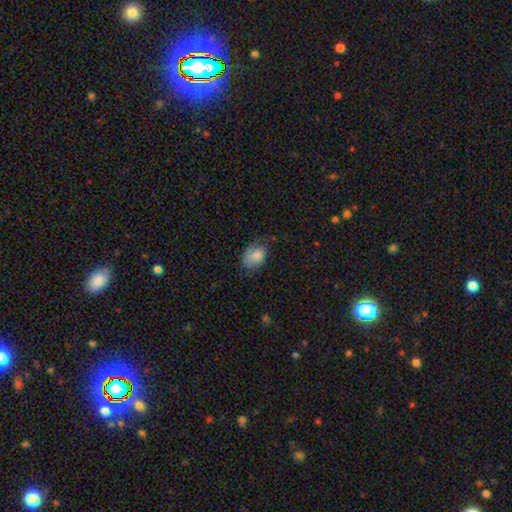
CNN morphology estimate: smooth_or_featured: smooth (p=0.78) [alt: featured or disk p=0.14]
how_rounded: in between (p=0.74) [alt: round p=0.25]
merging: none (p=0.53) [alt: minor disturbance p=0.33]